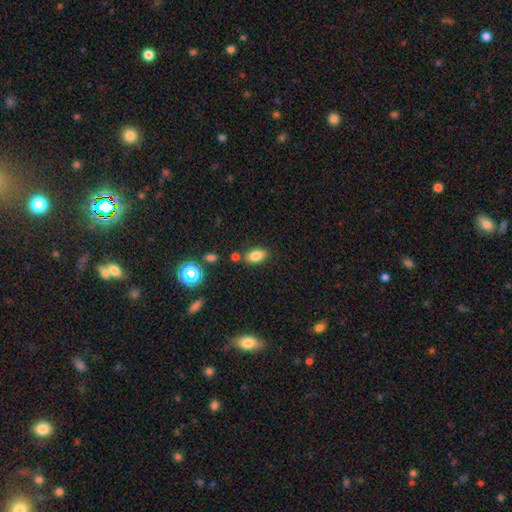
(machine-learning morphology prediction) A smooth galaxy with no disk features (80%) that is in between round and cigar-shaped (87%). Merging: none (78%).